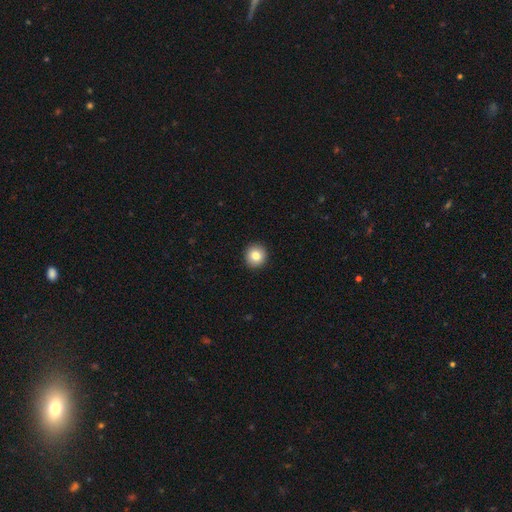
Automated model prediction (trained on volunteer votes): Smooth or featured? smooth (82%)
How rounded? round (93%)
Merging? none (93%)